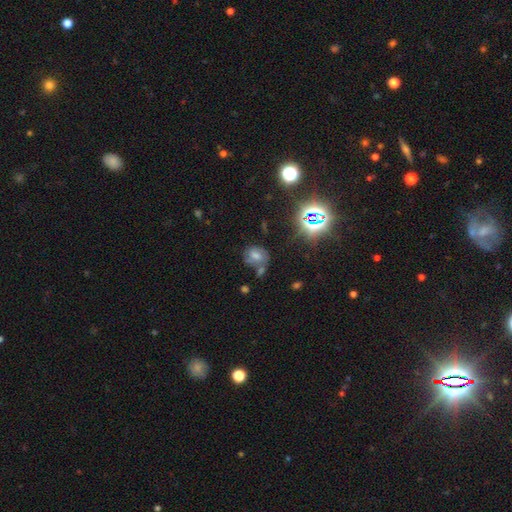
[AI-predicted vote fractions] This appears to be a smooth galaxy with no disk features (50%) that is round (51%). Merging: none (53%).